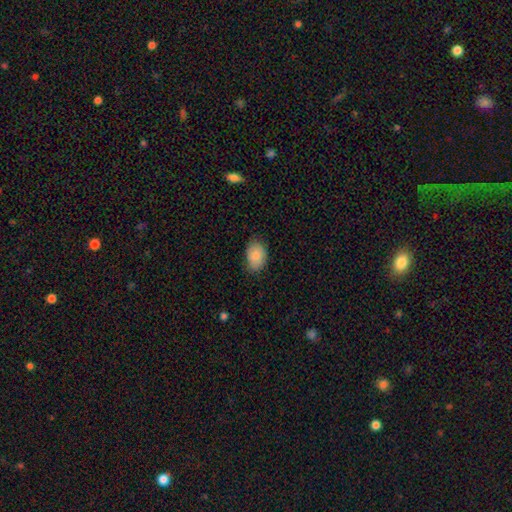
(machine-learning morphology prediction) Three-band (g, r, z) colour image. It shows a smooth galaxy with no disk features (87%) that is in between round and cigar-shaped (82%). Merging: none (79%).